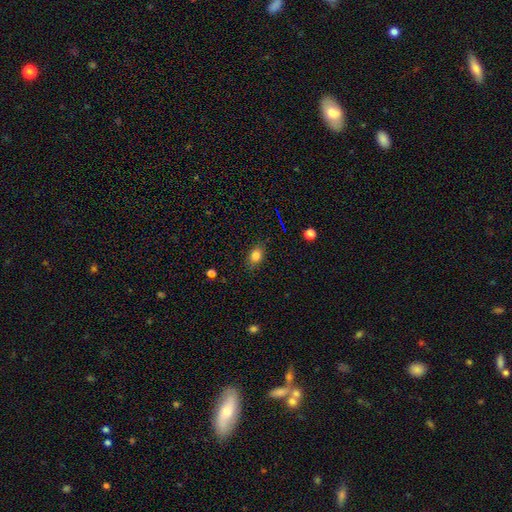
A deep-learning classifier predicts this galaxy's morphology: This is likely a smooth galaxy (80%). How rounded: likely in between (66%). Merging: clearly none (82%).